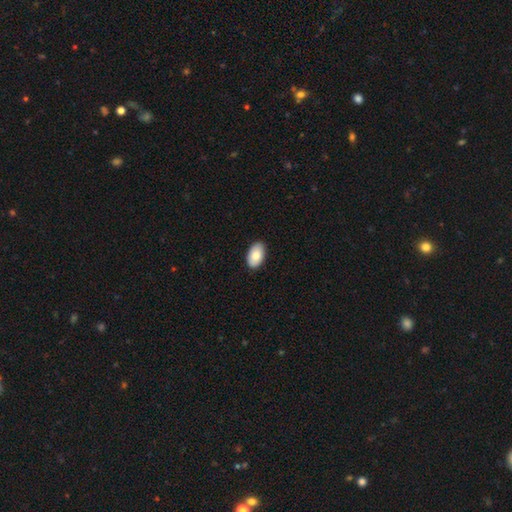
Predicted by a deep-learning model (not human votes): Smooth or featured?
  - smooth: 83% *
  - featured or disk: 10%
  - star or artifact: 6%
How rounded?
  - in between: 94% *
  - round: 4%
  - cigar-shaped: 1%
Merging?
  - none: 88% *
  - minor disturbance: 9%
  - major disturbance: 2%
  - merger: 1%